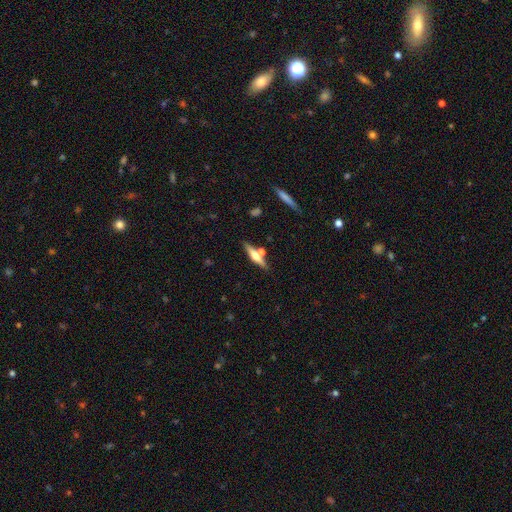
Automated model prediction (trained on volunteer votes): Smooth or featured?
  - featured or disk: 51% *
  - smooth: 42%
  - star or artifact: 7%
Edge-on disk?
  - yes: 93% *
  - no: 7%
Merging?
  - none: 69% *
  - merger: 17%
  - minor disturbance: 11%
  - major disturbance: 3%